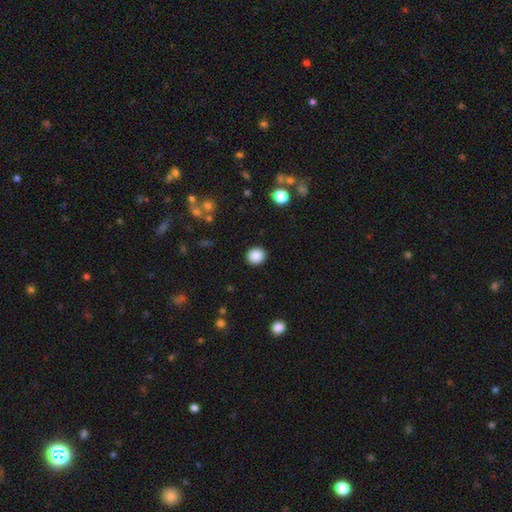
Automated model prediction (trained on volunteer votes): smooth-or-featured: smooth: 88% | star or artifact: 9% | featured or disk: 3%
  how-rounded: round: 89% | in between: 10% | cigar-shaped: 1%
  merging: none: 91% | minor disturbance: 6% | major disturbance: 2% | merger: 1%